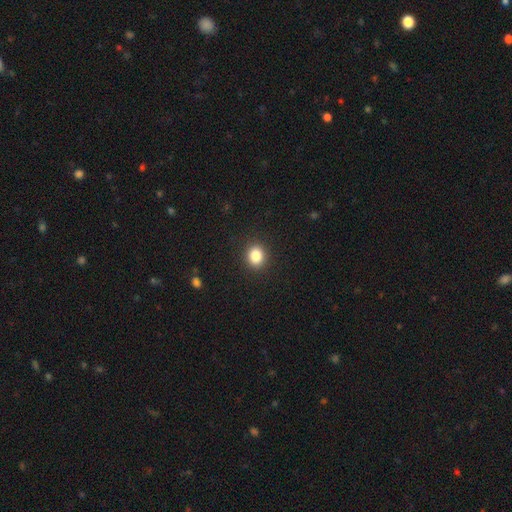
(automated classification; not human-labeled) Overall: smooth (85%). How rounded: round (71%). Merging: none (91%).